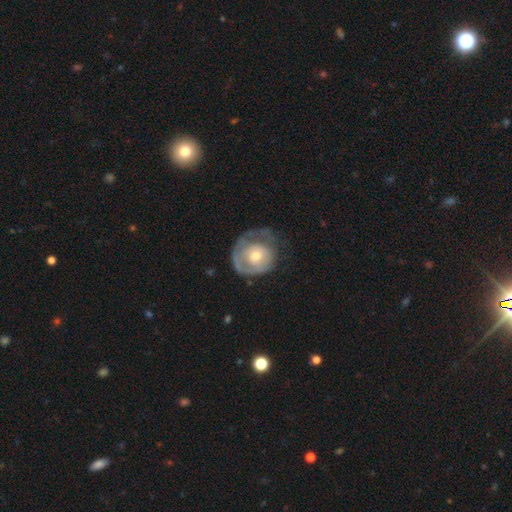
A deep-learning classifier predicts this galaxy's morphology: Smooth or featured: featured or disk — 60% (smooth — 34%)
Edge-on disk: no — 97% (yes — 3%)
Bar: no — 81% (weak — 16%)
Spiral arms: yes — 62% (no — 38%)
Bulge size: moderate — 60% (small — 29%)
Merging: none — 47% (major disturbance — 26%)